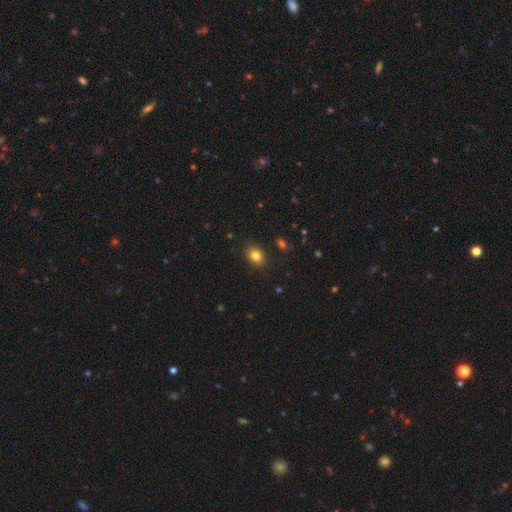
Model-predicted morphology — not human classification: smooth-or-featured: smooth: 83% | star or artifact: 11% | featured or disk: 7%
  how-rounded: in between: 61% | round: 38% | cigar-shaped: 1%
  merging: none: 86% | minor disturbance: 10% | major disturbance: 2% | merger: 1%